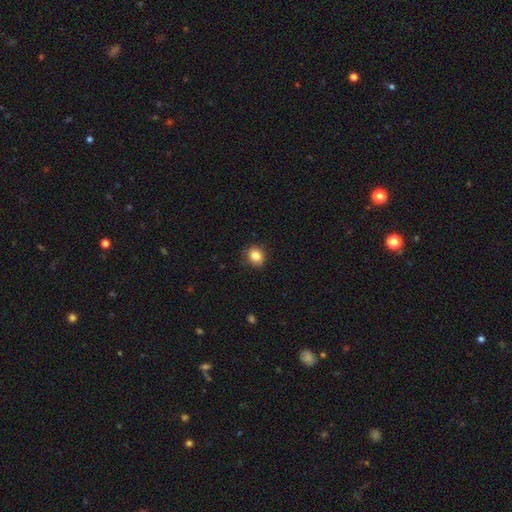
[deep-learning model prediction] A smooth galaxy with no disk features (84%) that is round (72%).

Vote fractions:
- Smooth or featured? smooth: 84% / star or artifact: 10% / featured or disk: 6%
- How rounded? round: 72% / in between: 27% / cigar-shaped: 1%
- Merging? none: 85% / minor disturbance: 11% / major disturbance: 2% / merger: 1%